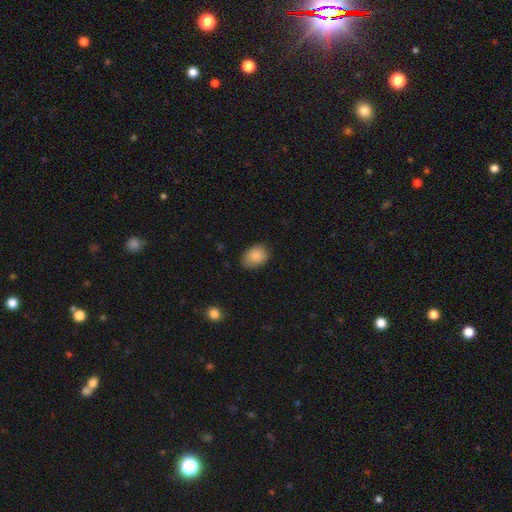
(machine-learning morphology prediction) Smooth or featured? Predicted: smooth (p=0.85). How rounded? Predicted: in between (p=0.71). Merging? Predicted: none (p=0.73).